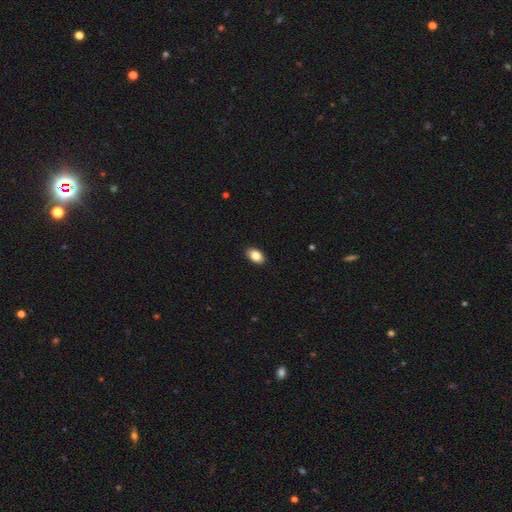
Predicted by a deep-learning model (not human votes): smooth 85%, featured or disk 8%, star or artifact 8%. Down the decision tree: how rounded — in between (90%); merging — none (90%).